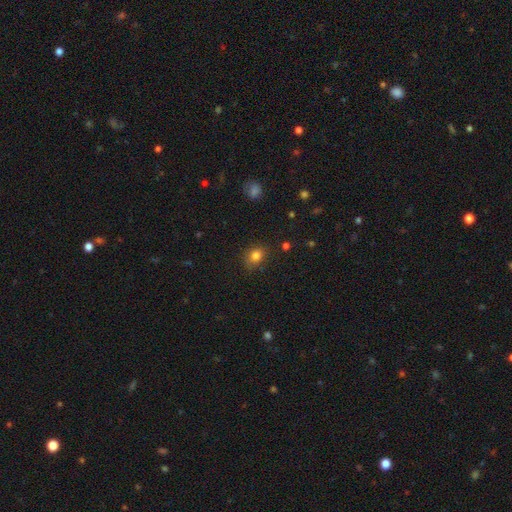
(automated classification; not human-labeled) Overall: smooth (81%). How rounded: round (49%, tied with in between). Merging: none (77%).